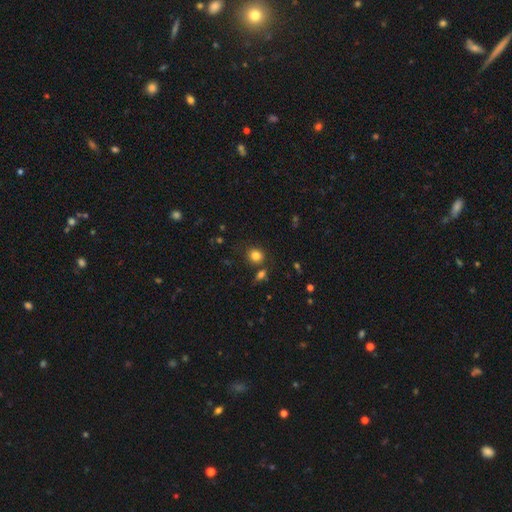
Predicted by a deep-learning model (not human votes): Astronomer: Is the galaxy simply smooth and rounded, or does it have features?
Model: smooth — 81%.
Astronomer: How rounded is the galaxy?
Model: round — 75%.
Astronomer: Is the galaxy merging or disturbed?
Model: none — 77%.